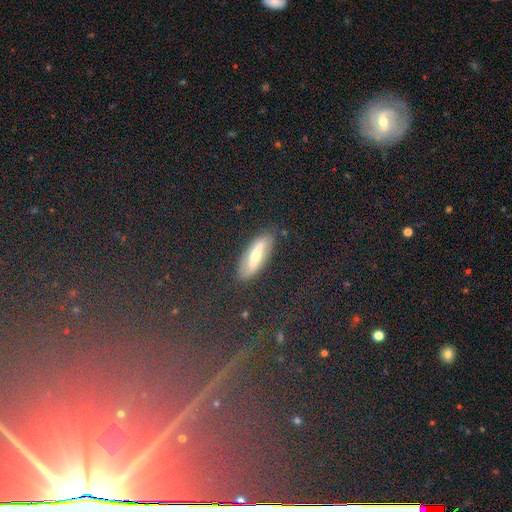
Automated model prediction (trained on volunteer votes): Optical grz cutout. It shows a featured or disk galaxy (46%). Merging: none (80%).